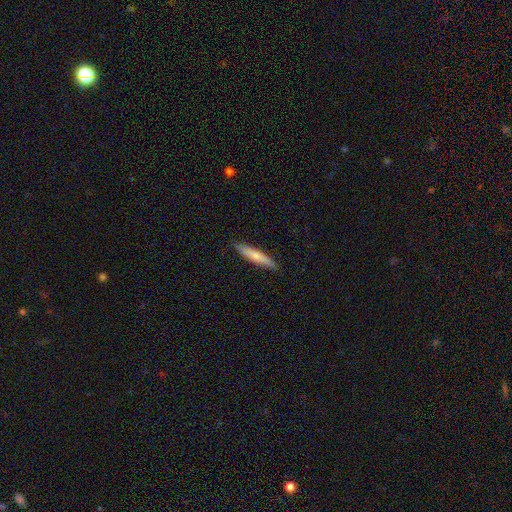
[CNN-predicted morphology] The model was most divided on "smooth or featured": smooth: 72%, featured or disk: 23%, star or artifact: 5%. More confident: how rounded — cigar-shaped (89%); merging — none (88%).